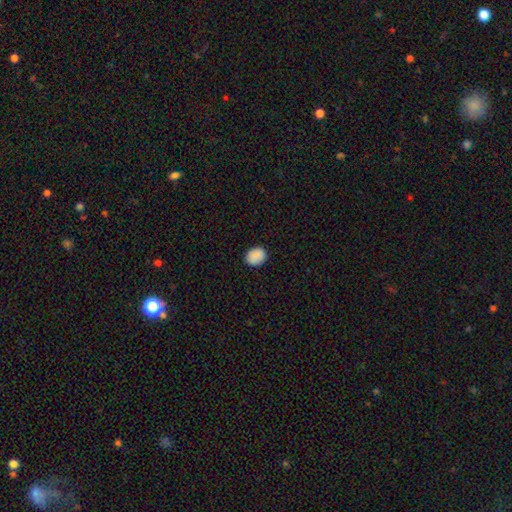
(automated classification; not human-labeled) Smooth or featured? Predicted: smooth (p=0.89). How rounded? Predicted: round (p=0.56). Merging? Predicted: none (p=0.88).